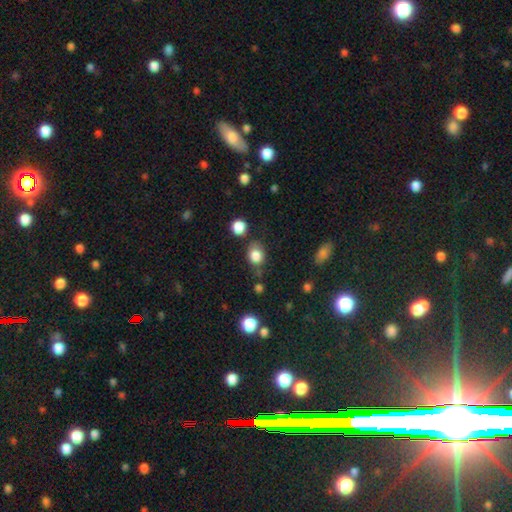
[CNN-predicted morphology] Smooth or featured? smooth (83%)
How rounded? round (57%)
Merging? none (66%)